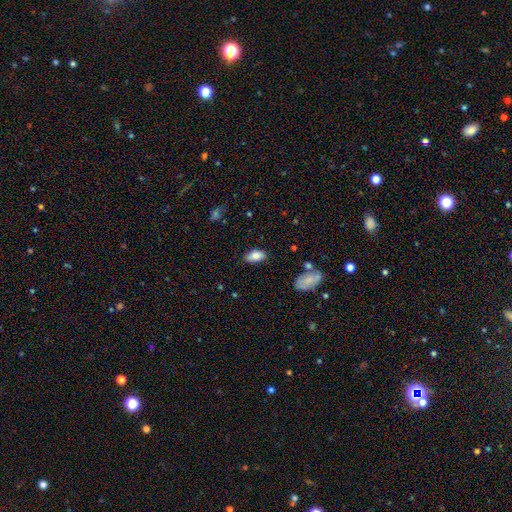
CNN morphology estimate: smooth_or_featured: smooth (p=0.86) [alt: star or artifact p=0.07]
how_rounded: in between (p=0.93) [alt: cigar-shaped p=0.04]
merging: none (p=0.79) [alt: minor disturbance p=0.16]